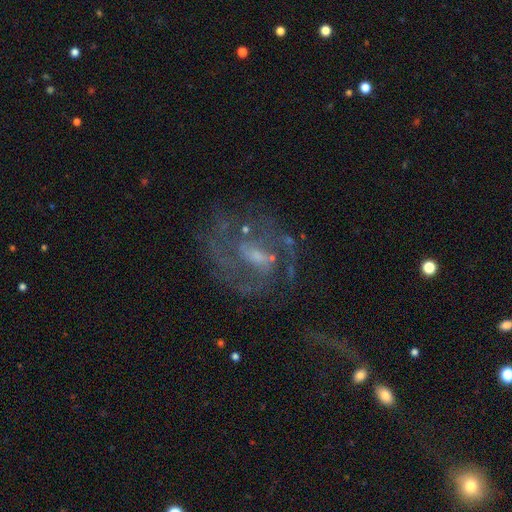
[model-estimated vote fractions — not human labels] smooth_or_featured: featured or disk (p=0.84) [alt: star or artifact p=0.08]
disk_edge_on: no (p=0.97) [alt: yes p=0.03]
bar: weak (p=0.53) [alt: no p=0.31]
has_spiral_arms: yes (p=0.91) [alt: no p=0.09]
spiral_winding: medium (p=0.50) [alt: tight p=0.31]
spiral_arm_count: 2 (p=0.53) [alt: can't tell p=0.20]
bulge_size: small (p=0.49) [alt: moderate p=0.34]
merging: none (p=0.64) [alt: minor disturbance p=0.17]